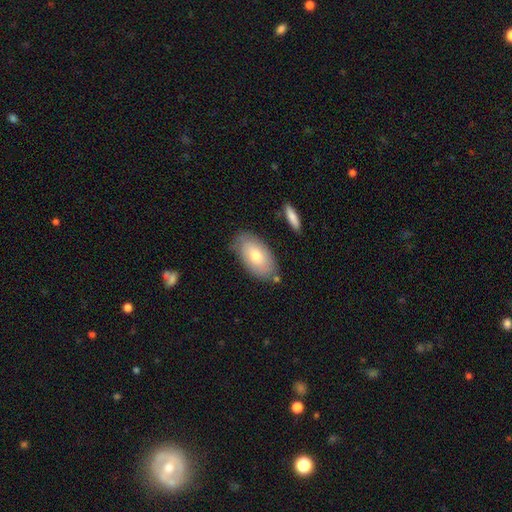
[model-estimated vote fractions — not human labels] This is likely a smooth galaxy (71%). How rounded: clearly in between (94%). Merging: likely none (76%).